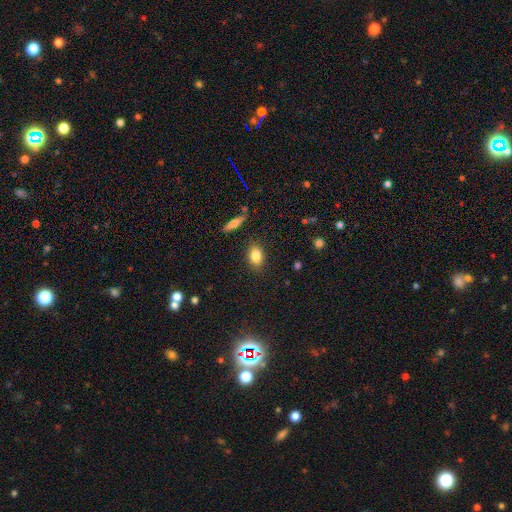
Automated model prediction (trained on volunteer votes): Smooth or featured? smooth (83%)
How rounded? in between (74%)
Merging? none (87%)